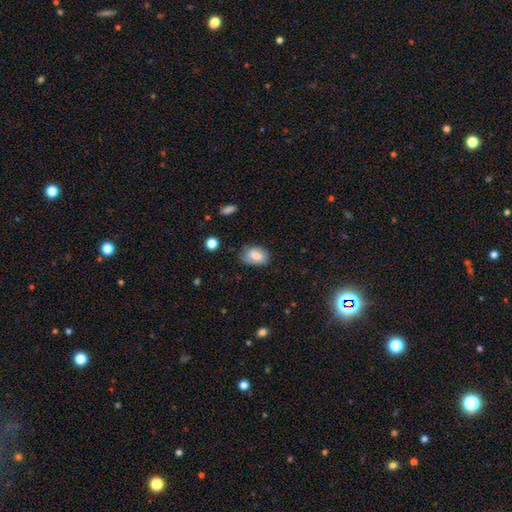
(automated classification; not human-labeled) smooth-or-featured: smooth: 74% | featured or disk: 18% | star or artifact: 8%
  how-rounded: in between: 86% | round: 12% | cigar-shaped: 2%
  merging: none: 59% | minor disturbance: 30% | major disturbance: 9% | merger: 2%